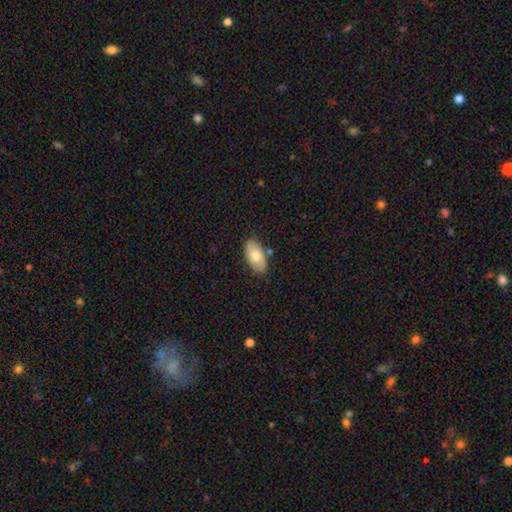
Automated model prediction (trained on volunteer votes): A smooth galaxy with no disk features (70%) that is in between round and cigar-shaped (94%).

Vote fractions:
- Smooth or featured? smooth: 70% / featured or disk: 24% / star or artifact: 6%
- How rounded? in between: 94% / round: 4% / cigar-shaped: 2%
- Merging? none: 82% / minor disturbance: 12% / merger: 3% / major disturbance: 2%